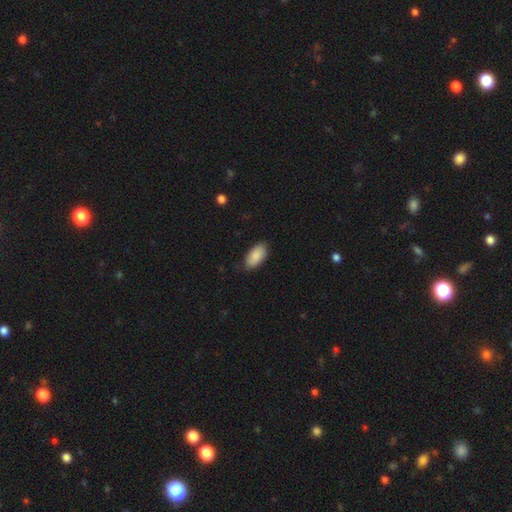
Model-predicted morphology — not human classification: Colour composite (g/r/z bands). It shows a smooth galaxy with no disk features (88%) that is in between round and cigar-shaped (94%). Merging: none (80%).